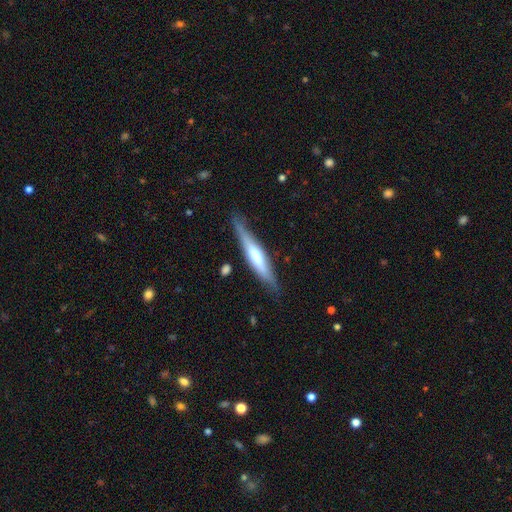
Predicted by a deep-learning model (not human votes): Smooth or featured? Predicted: featured or disk (p=0.55). Edge-on disk? Predicted: yes (p=0.92). Edge-on bulge? Predicted: rounded (p=0.53). Merging? Predicted: none (p=0.81).